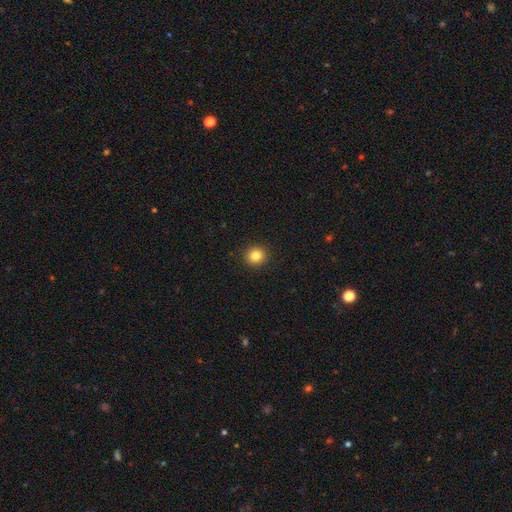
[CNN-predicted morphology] smooth_or_featured: smooth (p=0.84) [alt: star or artifact p=0.11]
how_rounded: round (p=0.88) [alt: in between p=0.11]
merging: none (p=0.92) [alt: minor disturbance p=0.05]